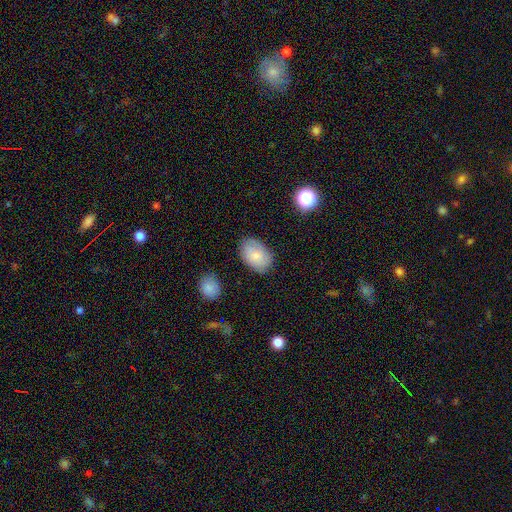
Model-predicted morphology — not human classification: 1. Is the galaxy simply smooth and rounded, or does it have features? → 74% smooth, 18% featured or disk, 7% star or artifact.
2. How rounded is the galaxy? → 86% in between, 12% round, 1% cigar-shaped.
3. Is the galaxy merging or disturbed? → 79% none, 15% minor disturbance, 3% major disturbance, 2% merger.